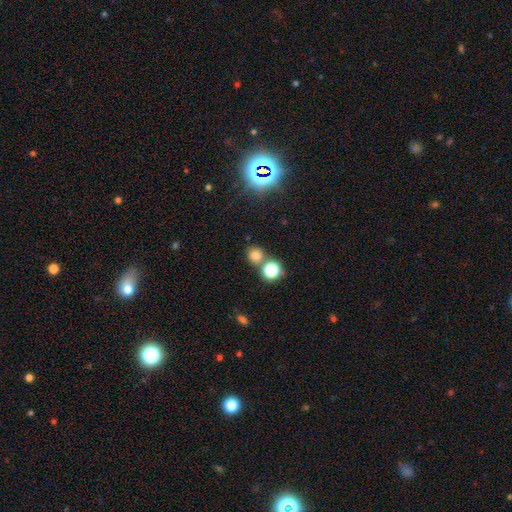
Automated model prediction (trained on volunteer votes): This is likely a smooth galaxy (71%). How rounded: clearly round (84%). Merging: likely none (67%).